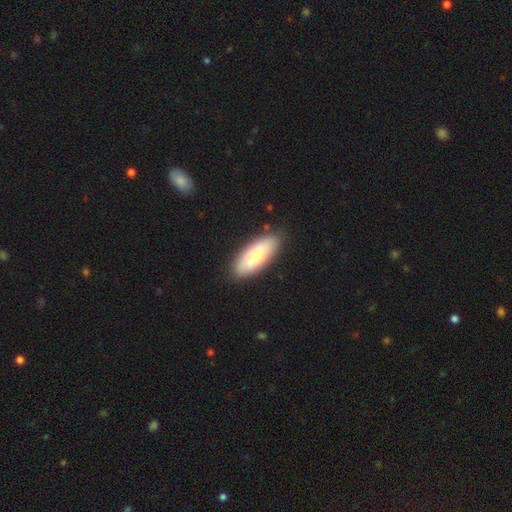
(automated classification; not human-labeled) smooth-or-featured: smooth: 70% | featured or disk: 24% | star or artifact: 6%
  how-rounded: in between: 74% | cigar-shaped: 24% | round: 2%
  merging: none: 82% | minor disturbance: 14% | major disturbance: 3% | merger: 2%